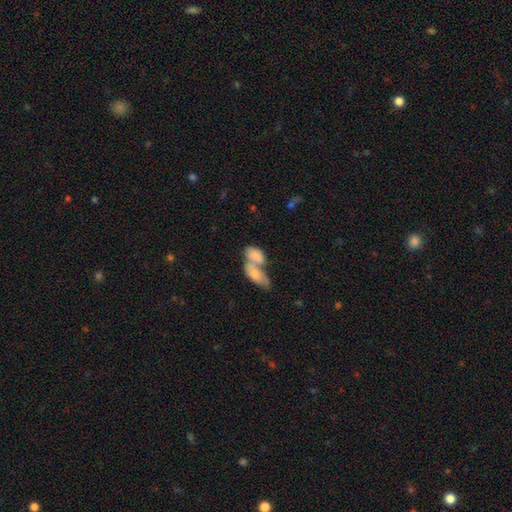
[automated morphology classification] This is likely a smooth galaxy (73%). How rounded: clearly in between (90%). Merging: likely merger (75%).